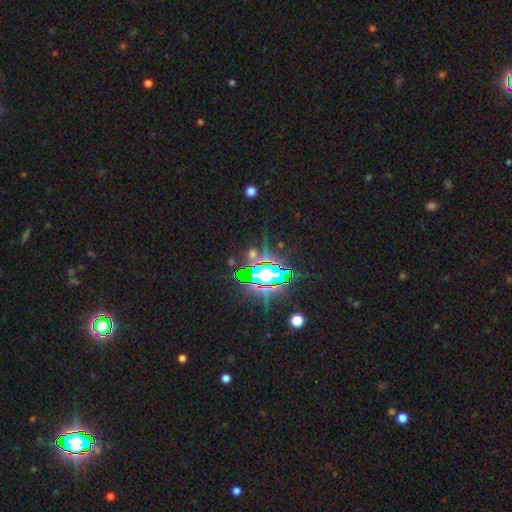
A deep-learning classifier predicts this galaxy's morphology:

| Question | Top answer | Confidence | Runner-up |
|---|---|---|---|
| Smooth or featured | star or artifact | 73% | smooth (15%) |